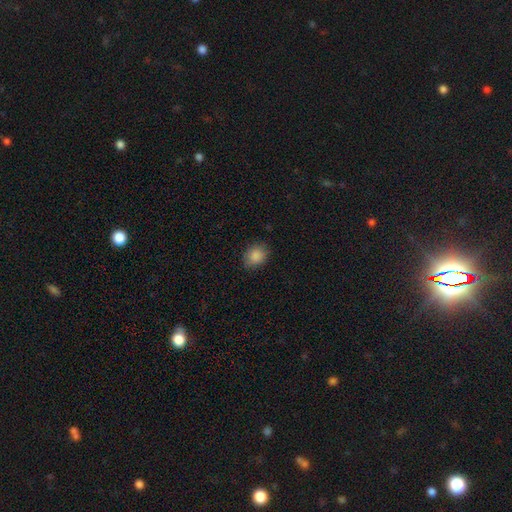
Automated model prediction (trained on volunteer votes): smooth-or-featured: smooth: 87% | star or artifact: 9% | featured or disk: 4%
  how-rounded: round: 57% | in between: 42% | cigar-shaped: 1%
  merging: none: 83% | minor disturbance: 13% | major disturbance: 3% | merger: 1%